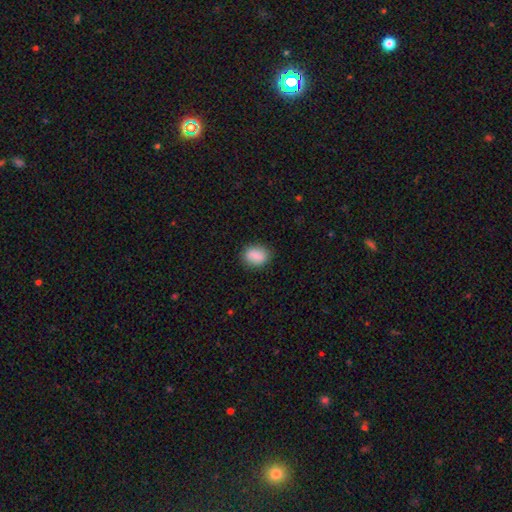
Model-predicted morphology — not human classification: smooth-or-featured: smooth: 88% | star or artifact: 8% | featured or disk: 4%
  how-rounded: in between: 69% | round: 29% | cigar-shaped: 2%
  merging: none: 84% | minor disturbance: 12% | major disturbance: 3% | merger: 1%